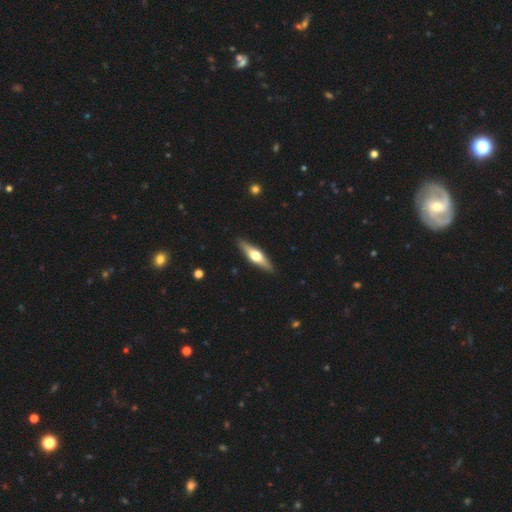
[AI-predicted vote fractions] The model was most divided on "smooth or featured": featured or disk: 58%, smooth: 37%, star or artifact: 5%. More confident: edge-on bulge — rounded (94%); edge-on disk — yes (93%); merging — none (90%).